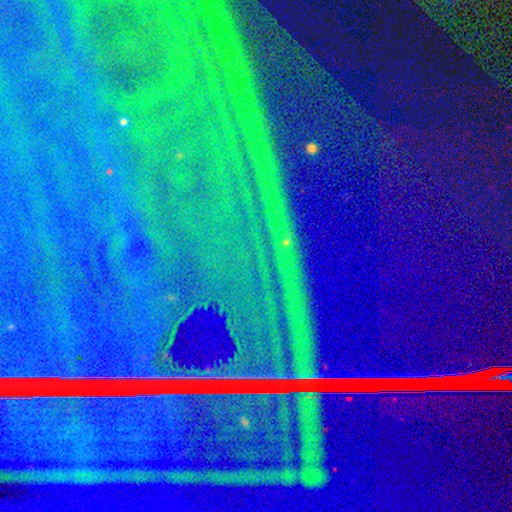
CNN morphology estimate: Smooth or featured: star or artifact — 89% (featured or disk — 6%)